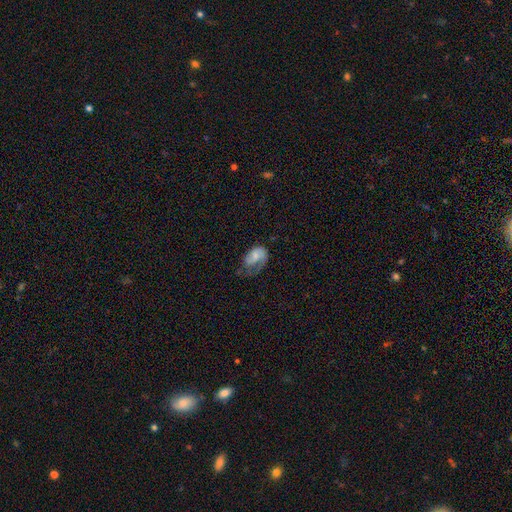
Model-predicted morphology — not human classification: featured or disk 47%, smooth 45%, star or artifact 8%. Down the decision tree: merging — major disturbance (41%).